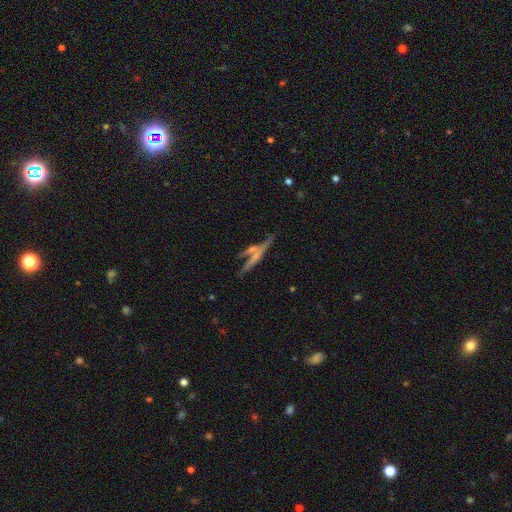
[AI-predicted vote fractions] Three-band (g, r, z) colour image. It shows a featured or disk galaxy (53%) viewed edge-on (85%). Merging: none (47%).